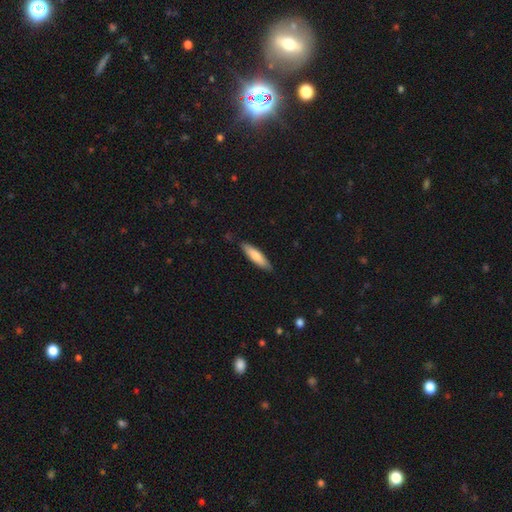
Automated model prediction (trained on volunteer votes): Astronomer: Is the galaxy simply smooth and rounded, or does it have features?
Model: smooth — 77%.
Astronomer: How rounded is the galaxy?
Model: cigar-shaped — 68%.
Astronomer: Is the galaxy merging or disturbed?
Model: none — 84%.